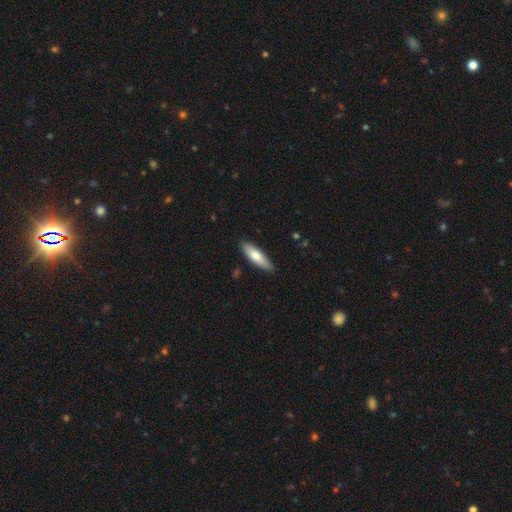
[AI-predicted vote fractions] smooth-or-featured: smooth: 71% | featured or disk: 23% | star or artifact: 5%
  how-rounded: cigar-shaped: 60% | in between: 38% | round: 2%
  merging: none: 88% | minor disturbance: 9% | major disturbance: 2% | merger: 1%